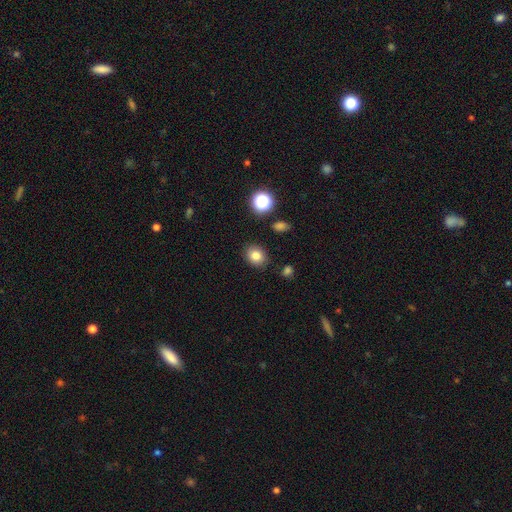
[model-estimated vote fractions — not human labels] smooth 80%, star or artifact 12%, featured or disk 7%. Down the decision tree: how rounded — round (56%); merging — none (87%).